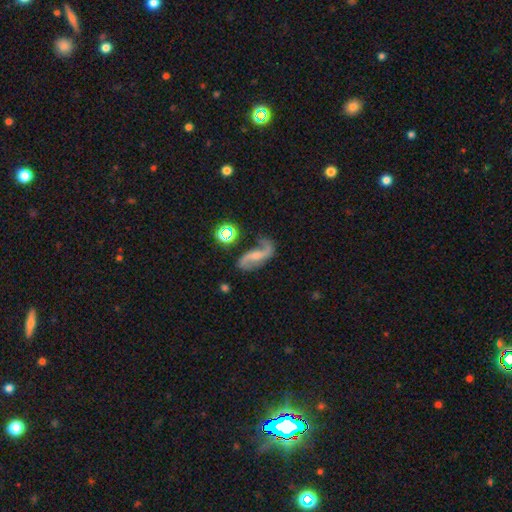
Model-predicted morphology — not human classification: featured or disk 86%, smooth 8%, star or artifact 7%. Down the decision tree: edge-on disk — no (96%); bar — no (43%); spiral arms — yes (96%); spiral arm count — 2 (90%); spiral winding — loose (76%); bulge size — small (51%); merging — none (68%).